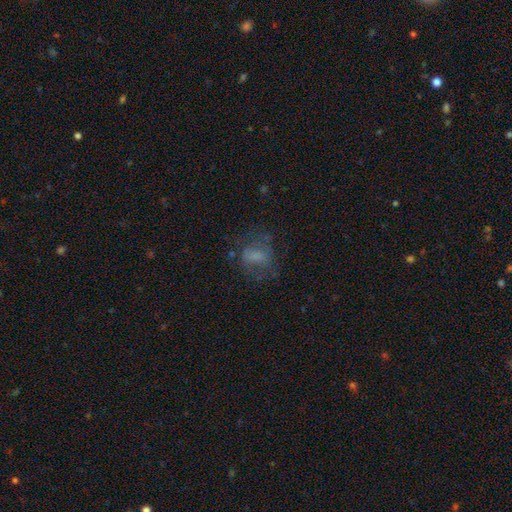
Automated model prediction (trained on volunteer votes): Smooth or featured? smooth (52%)
How rounded? in between (60%)
Merging? none (51%)